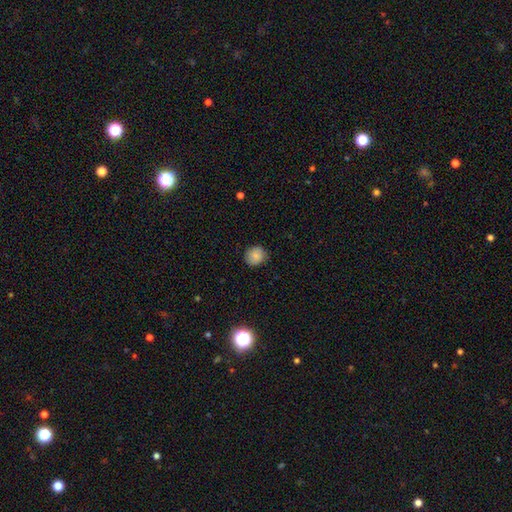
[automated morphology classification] Smooth or featured: smooth — 84% (star or artifact — 9%)
How rounded: round — 84% (in between — 16%)
Merging: none — 84% (minor disturbance — 13%)